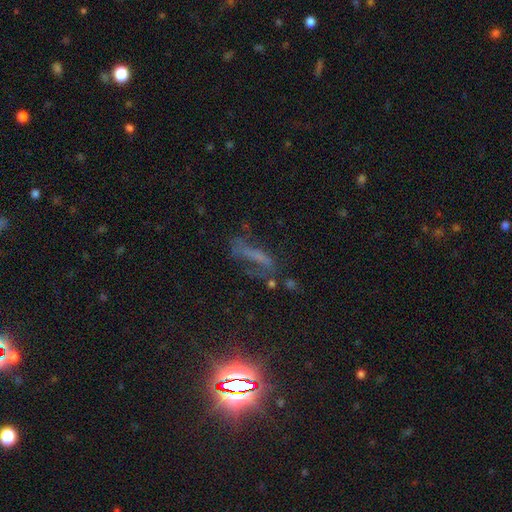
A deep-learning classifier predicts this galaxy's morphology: This appears to be a featured or disk galaxy (37%). Merging: none (48%).